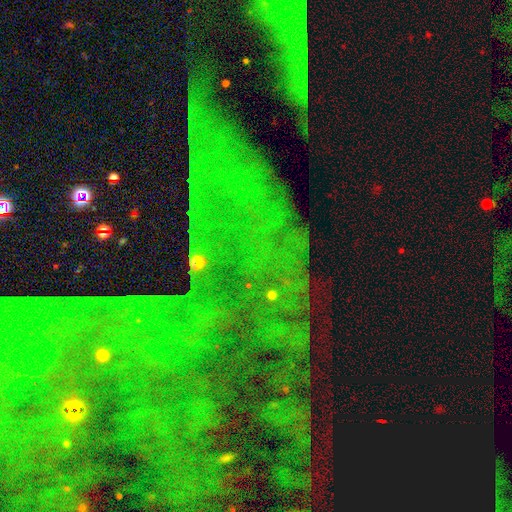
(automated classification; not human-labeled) This appears to be a star or artifact, not a galaxy (80%).